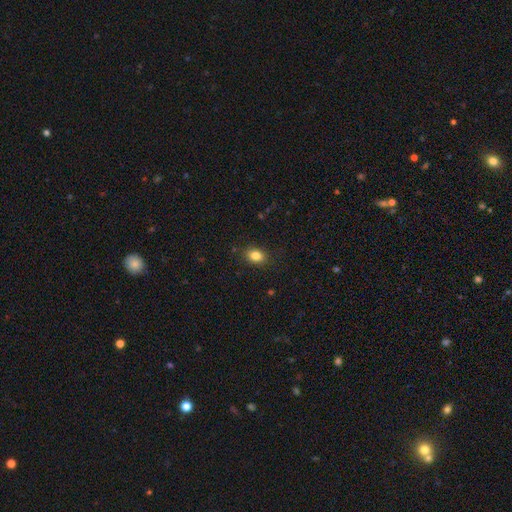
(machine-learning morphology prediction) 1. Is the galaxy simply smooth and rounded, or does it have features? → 83% smooth, 10% star or artifact, 6% featured or disk.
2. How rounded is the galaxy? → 70% in between, 29% round, 1% cigar-shaped.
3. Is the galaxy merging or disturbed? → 88% none, 9% minor disturbance, 2% major disturbance, 1% merger.